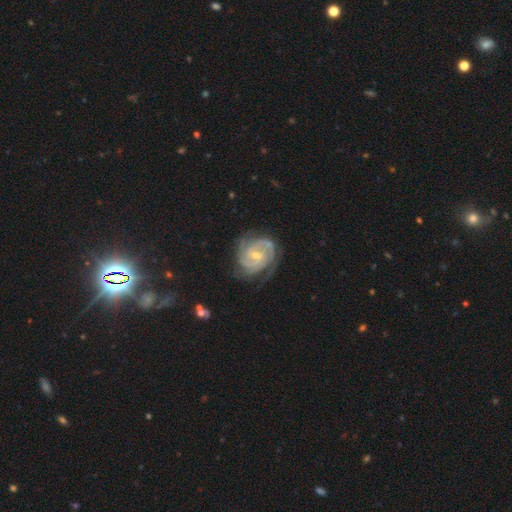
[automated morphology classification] This is clearly a featured or disk galaxy (91%). It is clearly not viewed edge-on (98%). Bar: possibly no (48%). Spiral arm pattern: clearly yes (98%). Spiral arm count: marginally 3 (31%). Spiral winding: likely tight (74%). Central bulge: likely small (60%). Merging: likely none (72%).